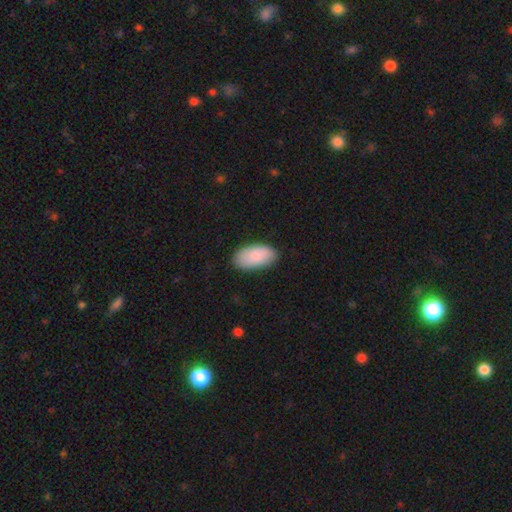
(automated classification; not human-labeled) Q: Smooth or featured?
A: smooth (88%); runner-up: featured or disk (6%)
Q: How rounded?
A: in between (95%); runner-up: cigar-shaped (2%)
Q: Merging?
A: none (84%); runner-up: minor disturbance (13%)